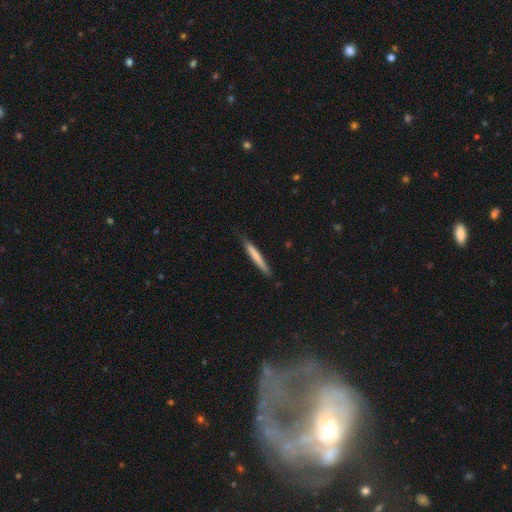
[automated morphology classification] Q: Smooth or featured?
A: smooth (70%); runner-up: featured or disk (25%)
Q: How rounded?
A: cigar-shaped (96%); runner-up: in between (3%)
Q: Merging?
A: none (83%); runner-up: minor disturbance (14%)